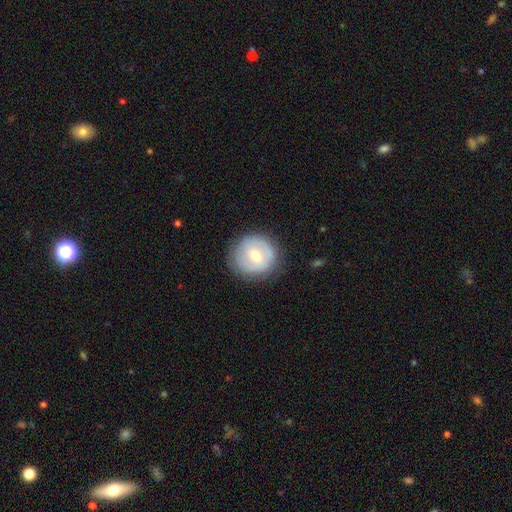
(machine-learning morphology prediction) This appears to be a smooth galaxy with no disk features (55%) that is round (90%). Merging: none (80%).